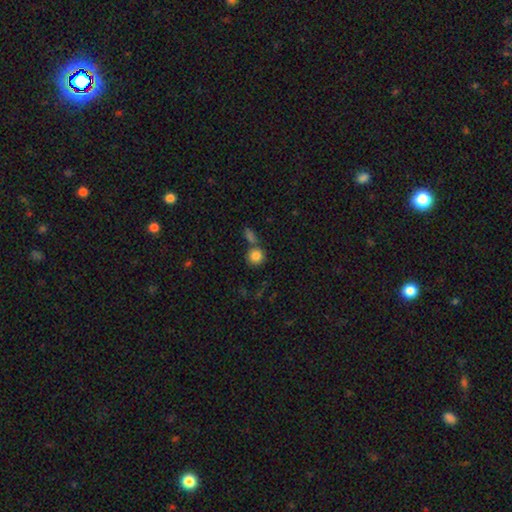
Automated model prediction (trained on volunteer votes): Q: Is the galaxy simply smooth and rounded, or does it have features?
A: smooth — 84%.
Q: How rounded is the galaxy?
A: round — 89%.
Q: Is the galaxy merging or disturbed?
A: none — 64%.